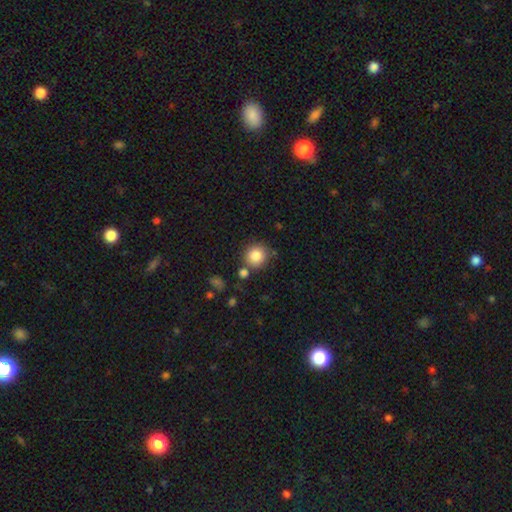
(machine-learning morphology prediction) smooth 84%, star or artifact 9%, featured or disk 6%. Down the decision tree: how rounded — round (90%); merging — none (76%).